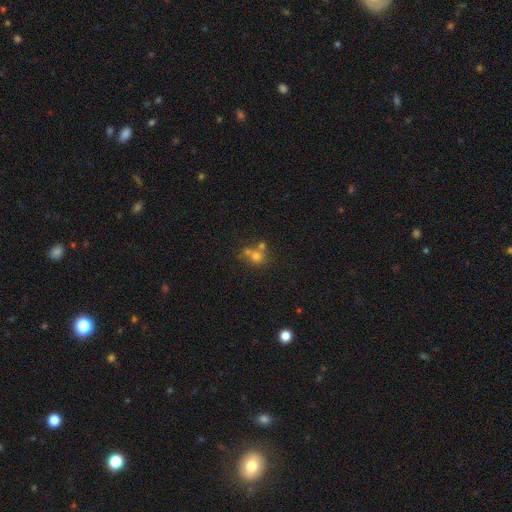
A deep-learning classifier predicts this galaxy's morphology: This is likely a smooth galaxy (62%). How rounded: clearly round (82%). Merging: possibly none (45%).